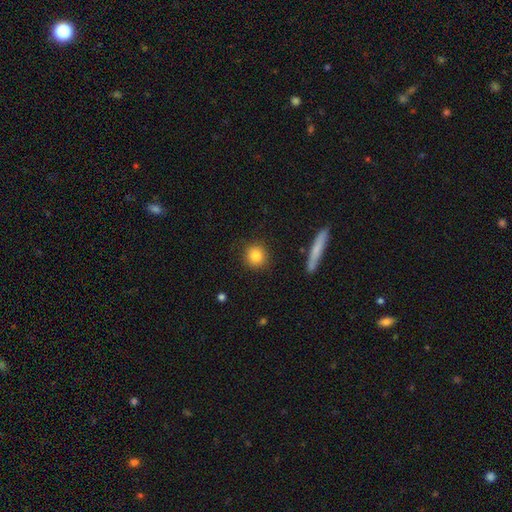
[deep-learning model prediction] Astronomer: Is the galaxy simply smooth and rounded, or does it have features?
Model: smooth — 84%.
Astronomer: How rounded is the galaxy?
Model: round — 90%.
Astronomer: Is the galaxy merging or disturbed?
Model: none — 90%.